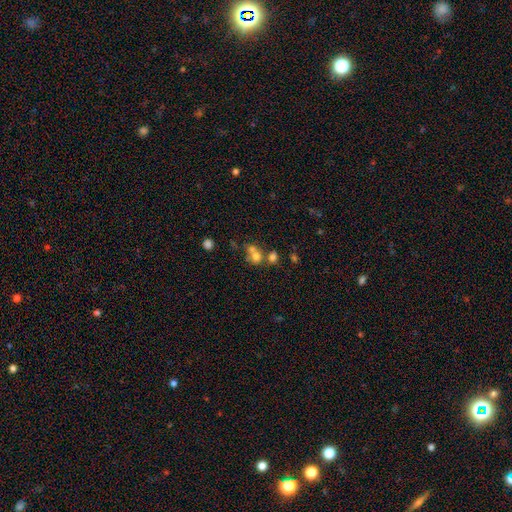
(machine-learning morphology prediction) This appears to be a smooth galaxy with no disk features (67%) that is round (70%). Merging: merger (54%).